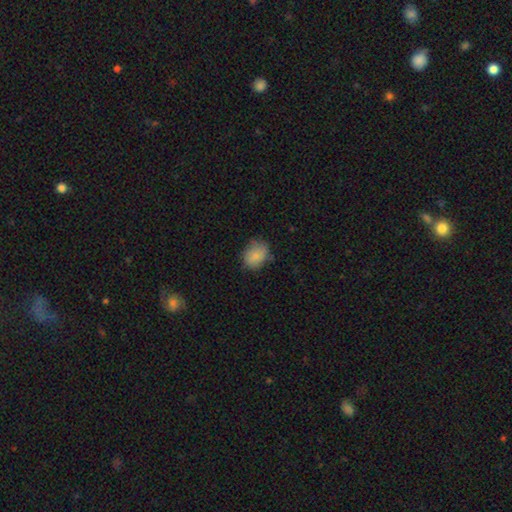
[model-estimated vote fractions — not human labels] Q: Smooth or featured?
A: smooth (81%); runner-up: featured or disk (11%)
Q: How rounded?
A: in between (54%); runner-up: round (45%)
Q: Merging?
A: none (67%); runner-up: minor disturbance (25%)